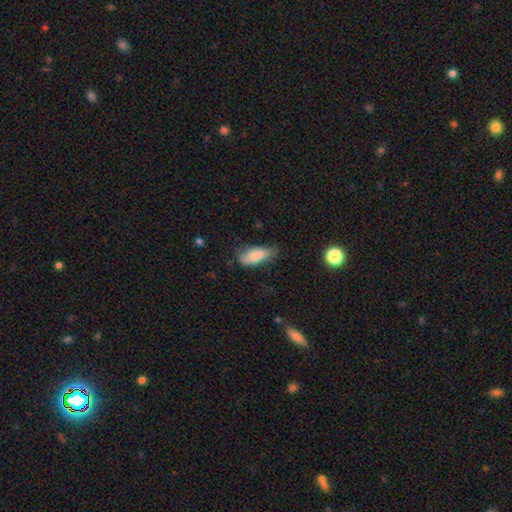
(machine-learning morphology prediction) The model was most divided on "merging": none: 61%, minor disturbance: 30%, major disturbance: 7%, merger: 2%. More confident: how rounded — in between (79%); smooth or featured — smooth (78%).